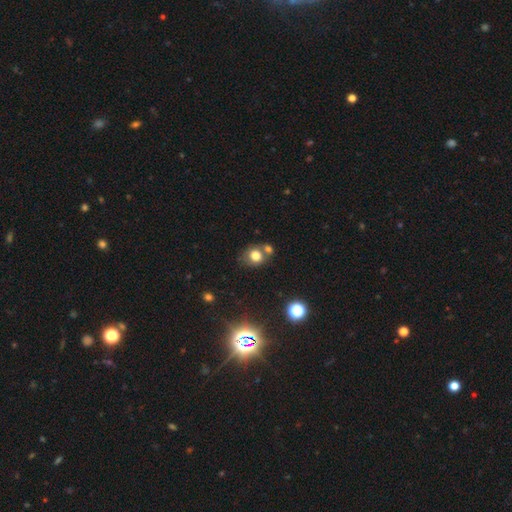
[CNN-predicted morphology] Smooth or featured: smooth — 75% (star or artifact — 13%)
How rounded: round — 66% (in between — 33%)
Merging: none — 51% (merger — 30%)